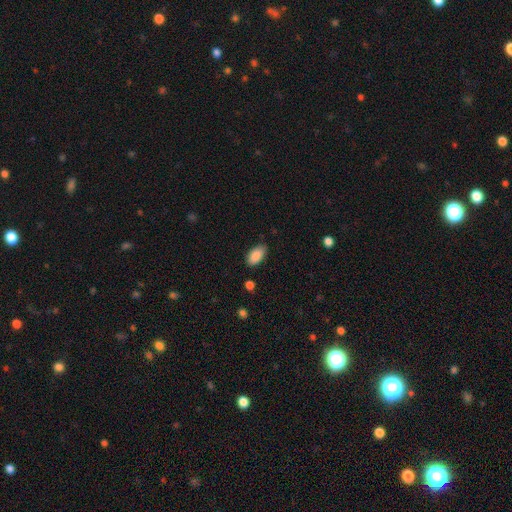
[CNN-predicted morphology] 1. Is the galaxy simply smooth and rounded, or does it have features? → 88% smooth, 7% star or artifact, 5% featured or disk.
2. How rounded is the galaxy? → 94% in between, 3% cigar-shaped, 3% round.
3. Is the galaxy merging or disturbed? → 83% none, 13% minor disturbance, 3% major disturbance, 2% merger.